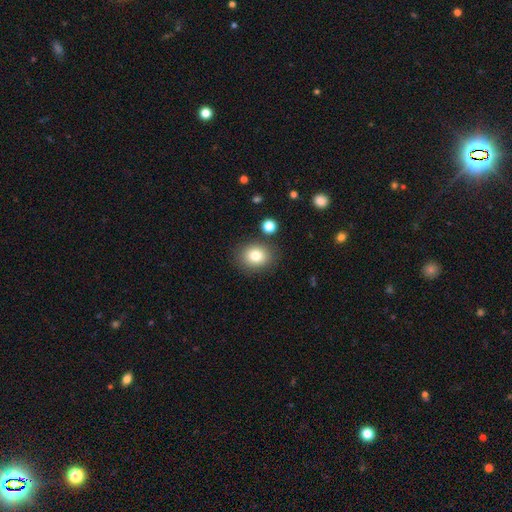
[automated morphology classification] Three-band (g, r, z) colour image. It shows a smooth galaxy with no disk features (81%) that is round (62%). Merging: none (83%).